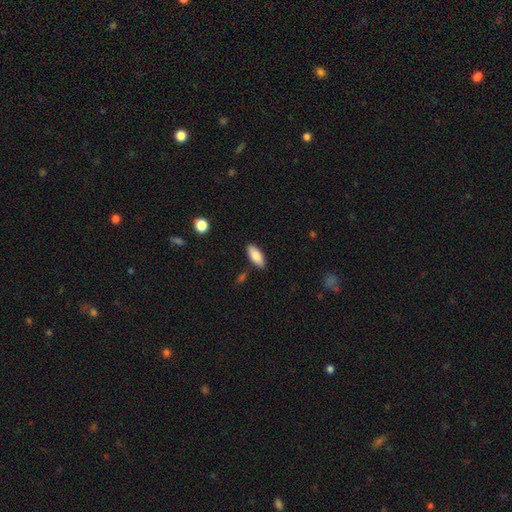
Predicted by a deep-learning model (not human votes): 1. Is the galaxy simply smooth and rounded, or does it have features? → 83% smooth, 11% featured or disk, 6% star or artifact.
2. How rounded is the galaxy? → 81% in between, 17% cigar-shaped, 2% round.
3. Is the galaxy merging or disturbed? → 86% none, 10% minor disturbance, 2% merger, 2% major disturbance.